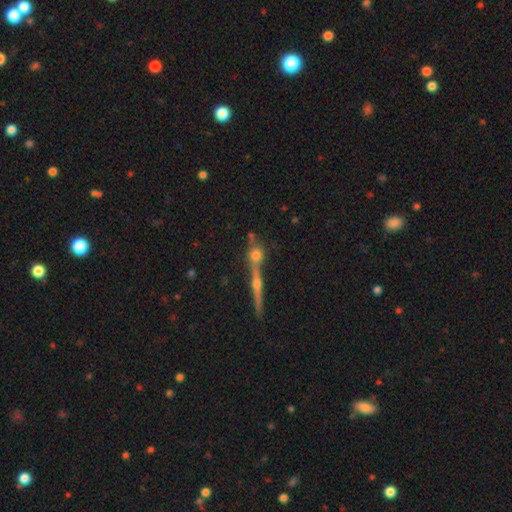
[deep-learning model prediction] Smooth or featured? Predicted: smooth (p=0.43). Merging? Predicted: none (p=0.57).